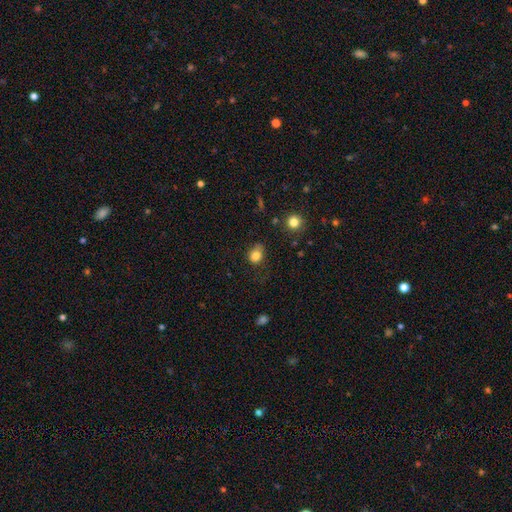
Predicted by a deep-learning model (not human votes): smooth-or-featured: smooth: 80% | star or artifact: 12% | featured or disk: 8%
  how-rounded: round: 62% | in between: 37% | cigar-shaped: 1%
  merging: none: 52% | minor disturbance: 32% | major disturbance: 13% | merger: 3%